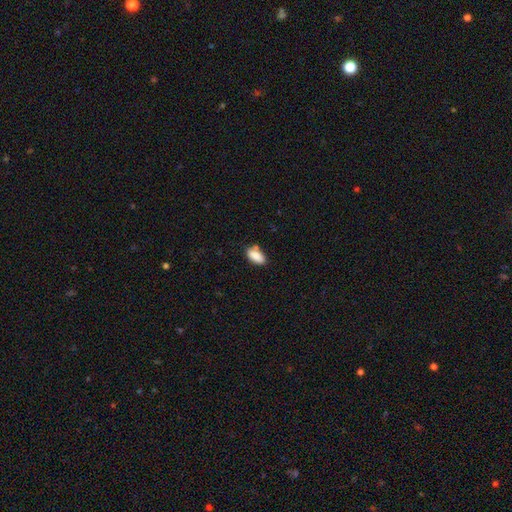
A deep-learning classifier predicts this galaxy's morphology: A smooth galaxy with no disk features (86%) that is in between round and cigar-shaped (87%). Merging: none (72%).